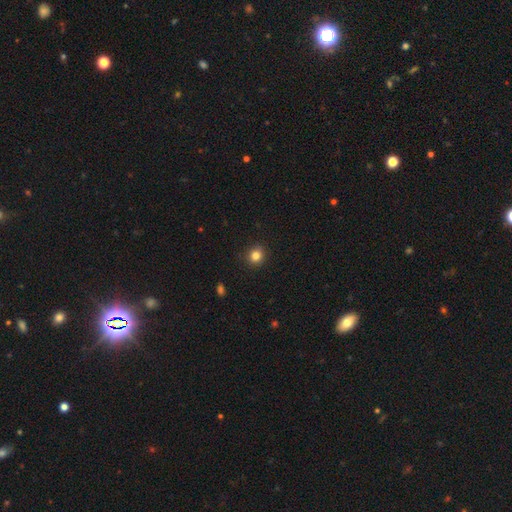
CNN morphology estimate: smooth-or-featured: smooth: 83% | star or artifact: 12% | featured or disk: 5%
  how-rounded: round: 88% | in between: 12% | cigar-shaped: 1%
  merging: none: 90% | minor disturbance: 7% | major disturbance: 2% | merger: 1%